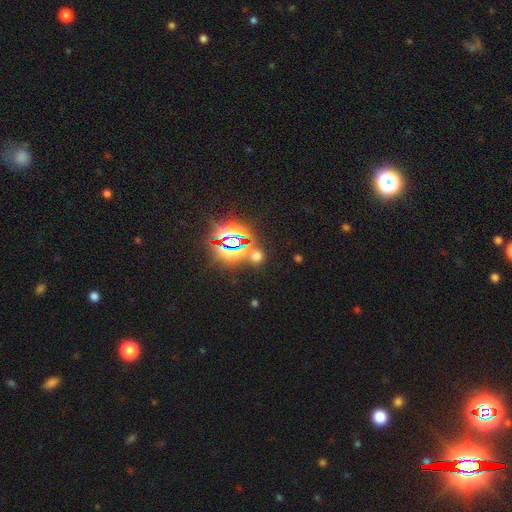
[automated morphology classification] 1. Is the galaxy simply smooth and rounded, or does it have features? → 56% star or artifact, 37% smooth, 7% featured or disk.